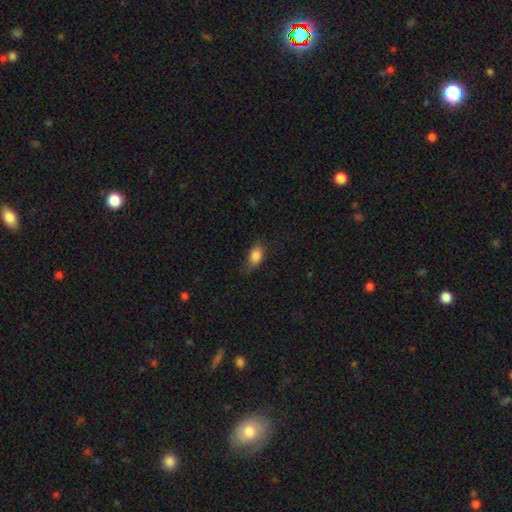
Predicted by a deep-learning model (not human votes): The model was most divided on "merging": none: 71%, minor disturbance: 23%, major disturbance: 5%, merger: 1%. More confident: how rounded — in between (86%); smooth or featured — smooth (84%).